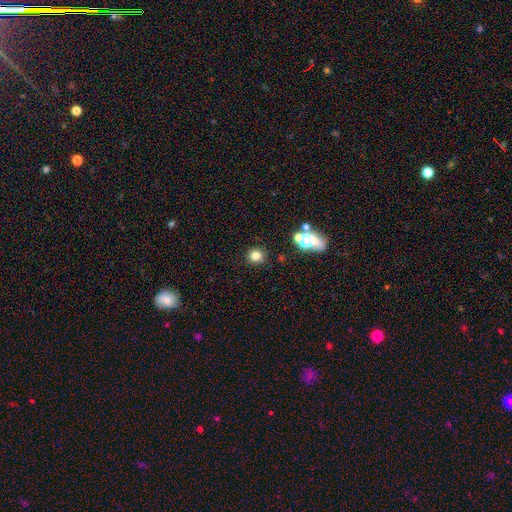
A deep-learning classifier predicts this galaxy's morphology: smooth-or-featured: smooth: 76% | star or artifact: 17% | featured or disk: 6%
  how-rounded: round: 89% | in between: 10% | cigar-shaped: 1%
  merging: none: 86% | minor disturbance: 7% | merger: 4% | major disturbance: 3%